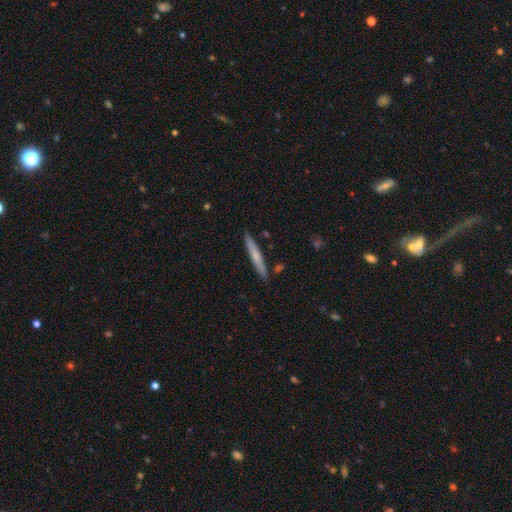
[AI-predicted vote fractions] smooth_or_featured: smooth (p=0.52) [alt: featured or disk p=0.42]
how_rounded: cigar-shaped (p=0.95) [alt: in between p=0.03]
merging: none (p=0.88) [alt: minor disturbance p=0.08]